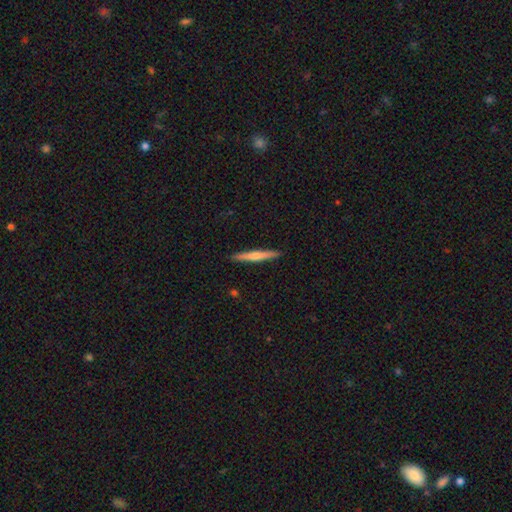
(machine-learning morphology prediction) Q: Smooth or featured?
A: smooth (55%); runner-up: featured or disk (39%)
Q: How rounded?
A: cigar-shaped (95%); runner-up: in between (3%)
Q: Merging?
A: none (91%); runner-up: minor disturbance (7%)